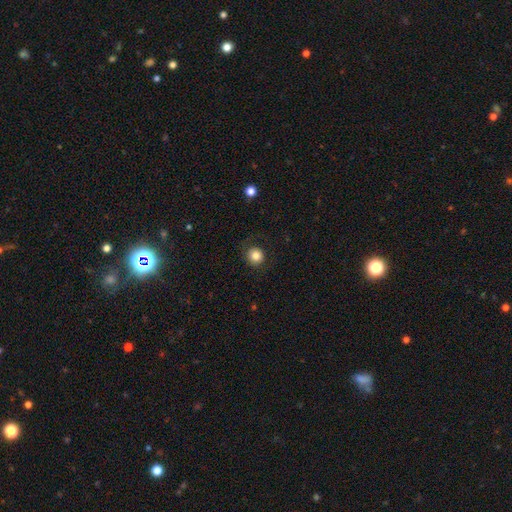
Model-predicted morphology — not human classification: Overall: smooth (83%). How rounded: round (92%). Merging: none (84%).